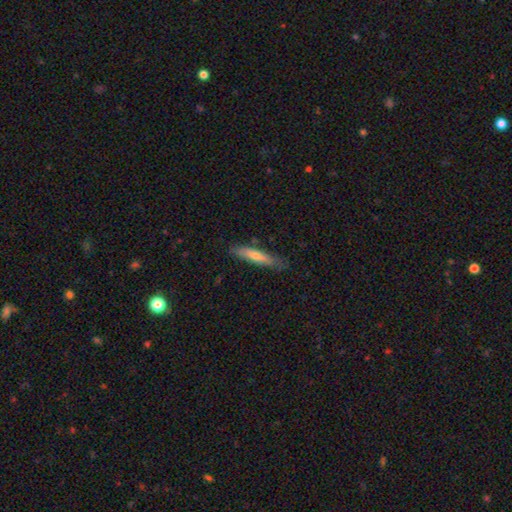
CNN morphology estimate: This appears to be a smooth galaxy with no disk features (49%). Merging: none (84%).